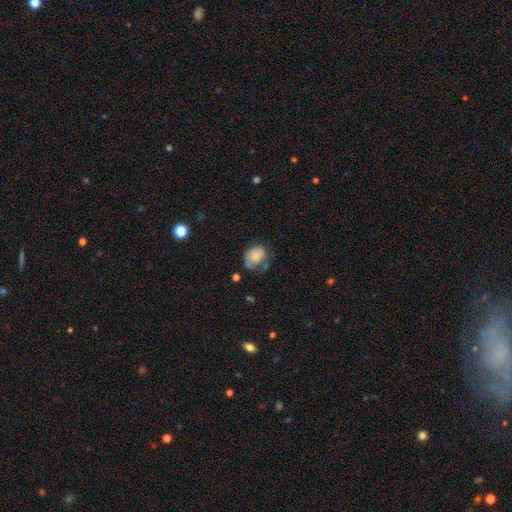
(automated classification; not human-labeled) Overall: smooth (69%). How rounded: in between (58%; round 41%). Merging: none (40%; minor disturbance 32%).